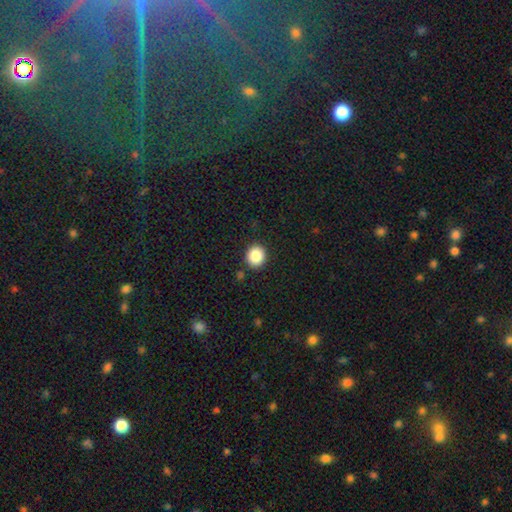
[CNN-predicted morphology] smooth-or-featured: smooth: 86% | star or artifact: 10% | featured or disk: 4%
  how-rounded: round: 86% | in between: 13% | cigar-shaped: 1%
  merging: none: 89% | minor disturbance: 7% | major disturbance: 2% | merger: 2%